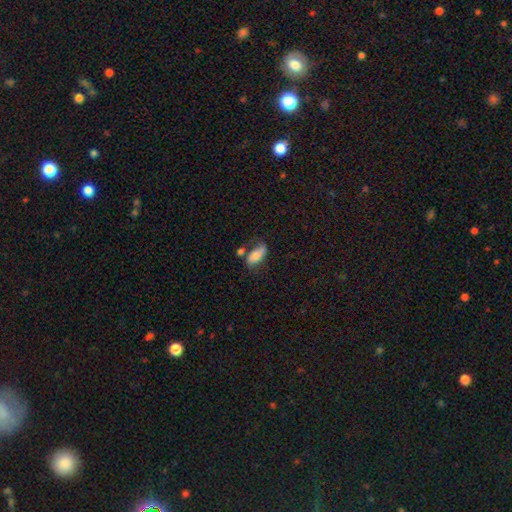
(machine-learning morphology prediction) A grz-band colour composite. It shows a smooth galaxy with no disk features (69%) that is in between round and cigar-shaped (85%). Merging: none (41%).